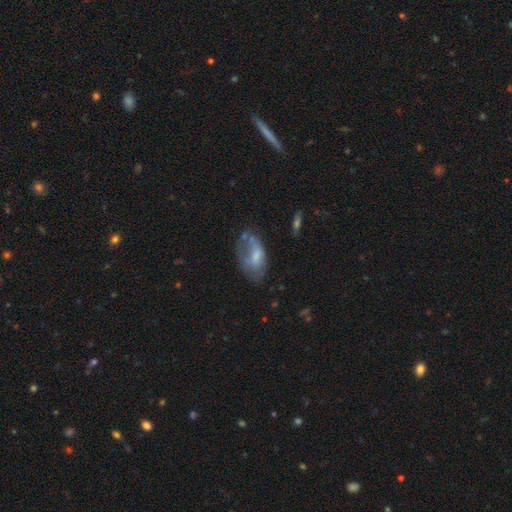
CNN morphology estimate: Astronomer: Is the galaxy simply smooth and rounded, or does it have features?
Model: smooth — 45% (runner-up: featured or disk, 44%).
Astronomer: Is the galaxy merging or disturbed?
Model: none — 42% (runner-up: minor disturbance, 29%).